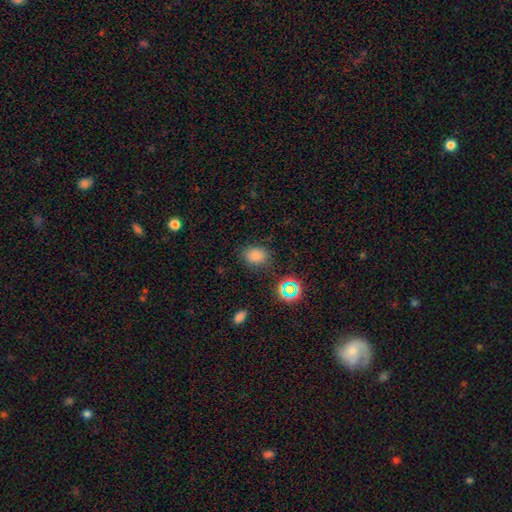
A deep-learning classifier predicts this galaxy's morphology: Smooth or featured: smooth — 77% (star or artifact — 18%)
How rounded: in between — 58% (round — 41%)
Merging: none — 80% (minor disturbance — 13%)